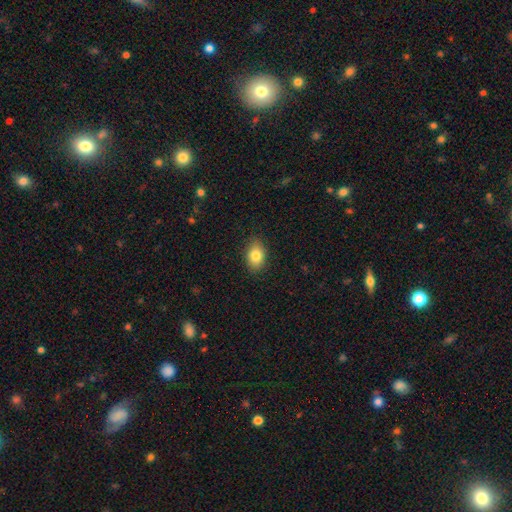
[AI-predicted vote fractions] This appears to be a smooth galaxy with no disk features (82%) that is in between round and cigar-shaped (81%). Merging: none (87%).